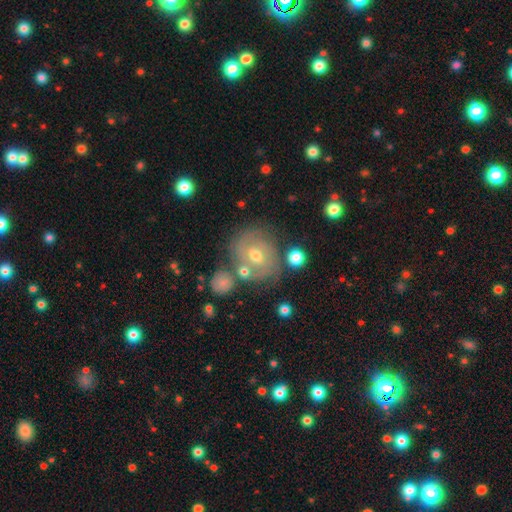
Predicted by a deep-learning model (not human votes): A featured or disk galaxy (67%) with no bar (46%), 2 (53%) tight (60%) spiral arms (82%) and a moderate central bulge (66%). Merging: none (68%).